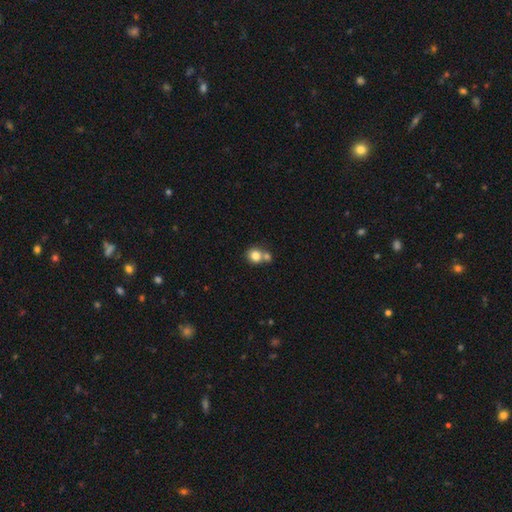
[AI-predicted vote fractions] smooth-or-featured: smooth: 81% | star or artifact: 10% | featured or disk: 9%
  how-rounded: round: 82% | in between: 17% | cigar-shaped: 1%
  merging: none: 47% | merger: 42% | minor disturbance: 8% | major disturbance: 3%